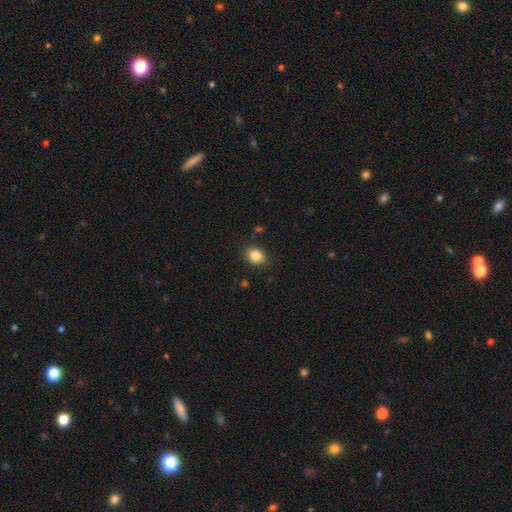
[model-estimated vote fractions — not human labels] This is clearly a smooth galaxy (85%). How rounded: possibly in between (54%). Merging: clearly none (85%).